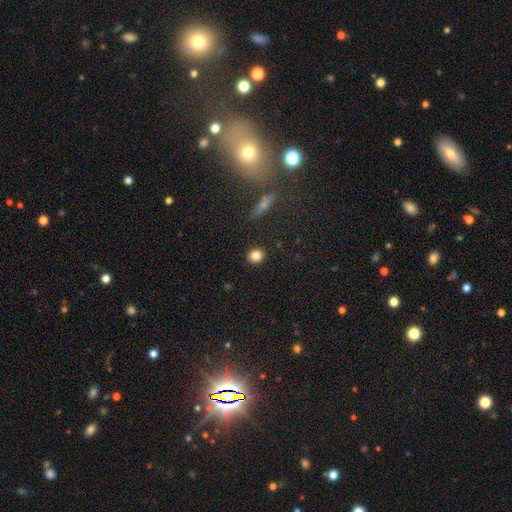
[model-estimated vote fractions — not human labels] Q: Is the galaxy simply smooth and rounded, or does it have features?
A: smooth — 84%.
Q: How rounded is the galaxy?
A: round — 83%.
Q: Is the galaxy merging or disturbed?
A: none — 90%.